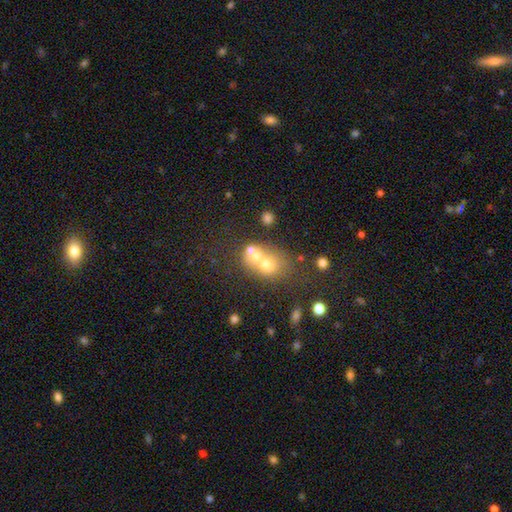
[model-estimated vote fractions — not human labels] Q: Smooth or featured?
A: smooth (58%); runner-up: featured or disk (27%)
Q: How rounded?
A: round (55%); runner-up: in between (43%)
Q: Merging?
A: merger (62%); runner-up: none (24%)